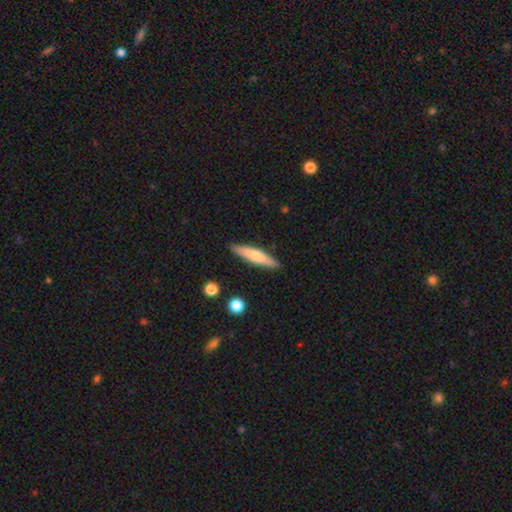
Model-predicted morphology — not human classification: Smooth or featured? Predicted: smooth (p=0.57). How rounded? Predicted: cigar-shaped (p=0.84). Merging? Predicted: none (p=0.88).